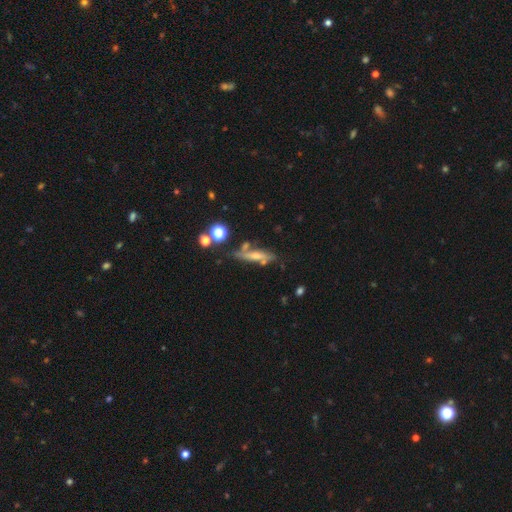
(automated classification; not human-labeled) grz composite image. It shows a featured or disk galaxy (49%). Merging: none (59%).